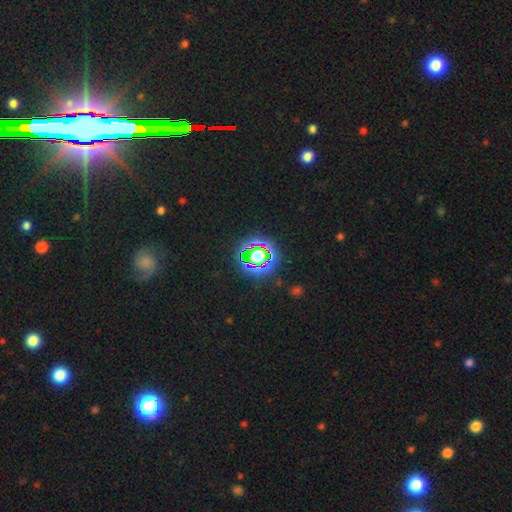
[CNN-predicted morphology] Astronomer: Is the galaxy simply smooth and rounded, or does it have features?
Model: star or artifact — 78%.